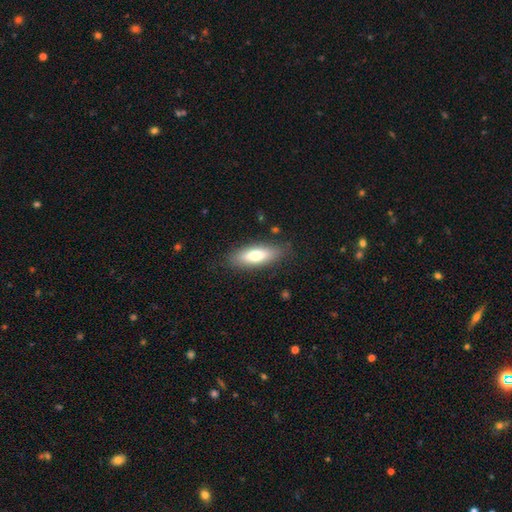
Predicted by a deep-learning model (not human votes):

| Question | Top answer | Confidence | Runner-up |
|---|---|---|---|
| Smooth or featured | smooth | 71% | featured or disk (22%) |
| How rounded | in between | 65% | cigar-shaped (32%) |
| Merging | none | 84% | minor disturbance (12%) |